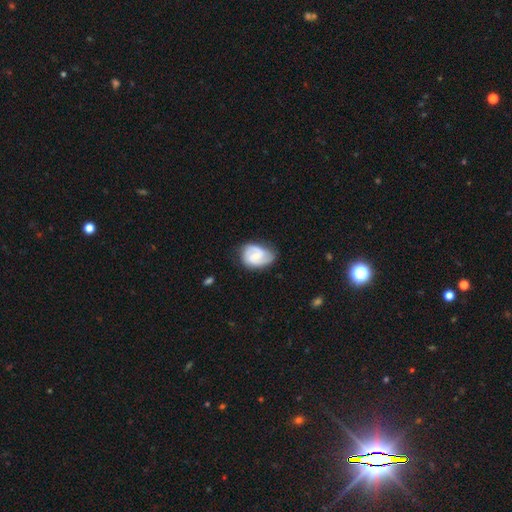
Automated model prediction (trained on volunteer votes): Smooth or featured? featured or disk (68%)
Edge-on disk? no (98%)
Bar? weak (45%, tied with no)
Spiral arms? yes (93%)
Spiral winding? medium (45%)
Spiral arm count? 2 (72%)
Bulge size? small (50%)
Merging? none (61%)